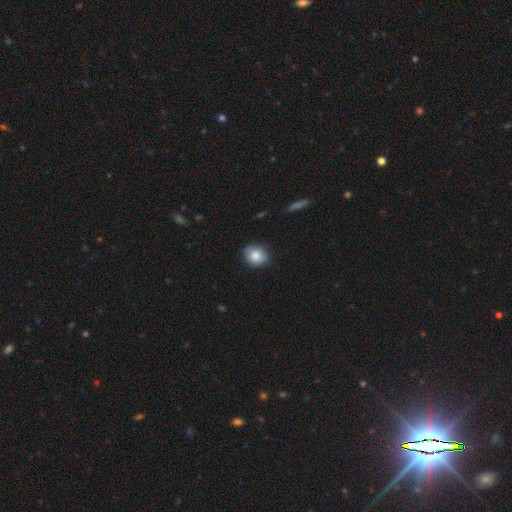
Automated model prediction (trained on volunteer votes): Smooth or featured?
  - smooth: 84% *
  - featured or disk: 8%
  - star or artifact: 8%
How rounded?
  - round: 73% *
  - in between: 26%
  - cigar-shaped: 1%
Merging?
  - none: 81% *
  - minor disturbance: 16%
  - major disturbance: 2%
  - merger: 1%